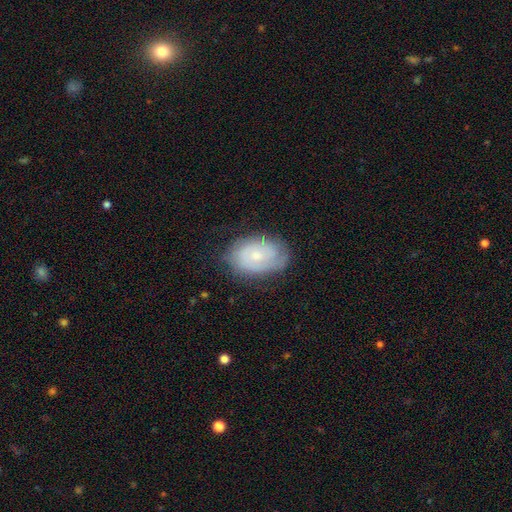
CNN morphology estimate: Smooth or featured: featured or disk — 50% (smooth — 42%)
Edge-on disk: no — 95% (yes — 5%)
Merging: none — 71% (minor disturbance — 21%)